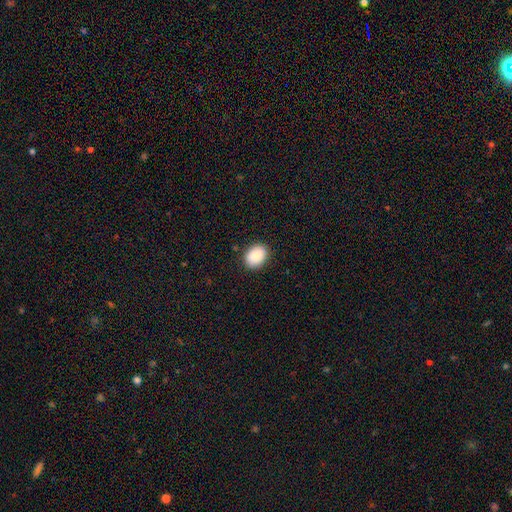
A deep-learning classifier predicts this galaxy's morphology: Q: Smooth or featured?
A: smooth (88%); runner-up: star or artifact (7%)
Q: How rounded?
A: in between (63%); runner-up: round (36%)
Q: Merging?
A: none (89%); runner-up: minor disturbance (8%)